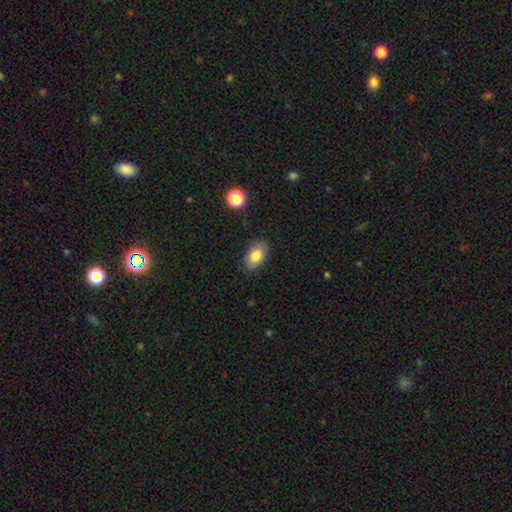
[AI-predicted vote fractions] Morphology: type=smooth (83%); roundness=in between (90%); merging=none (85%).